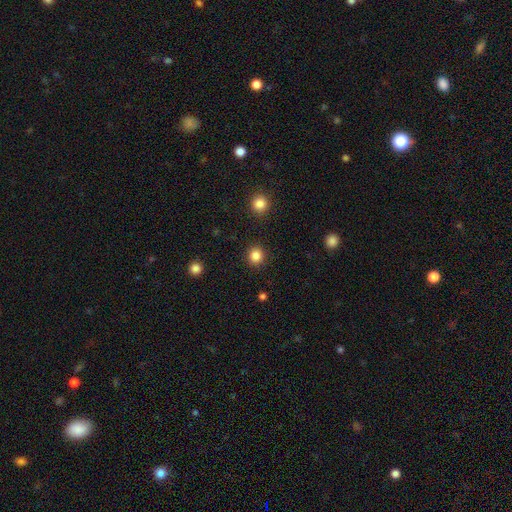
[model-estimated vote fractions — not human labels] A smooth galaxy with no disk features (85%) that is round (92%).

Vote fractions:
- Smooth or featured? smooth: 85% / star or artifact: 11% / featured or disk: 4%
- How rounded? round: 92% / in between: 7% / cigar-shaped: 1%
- Merging? none: 92% / minor disturbance: 5% / major disturbance: 2% / merger: 1%